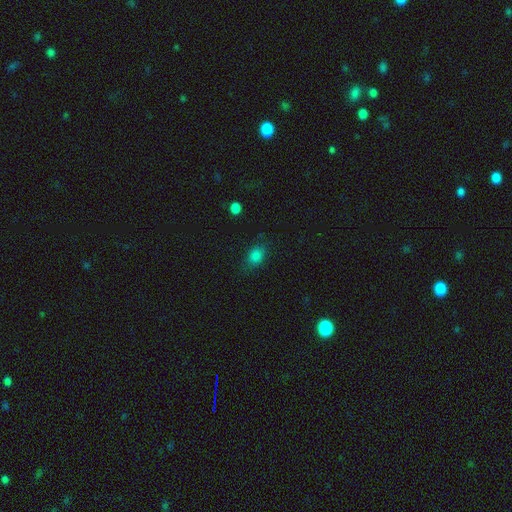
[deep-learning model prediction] This is clearly a smooth galaxy (82%). How rounded: likely in between (73%). Merging: likely none (73%).